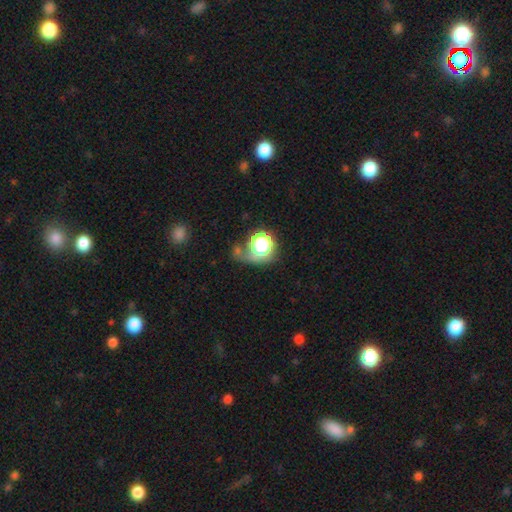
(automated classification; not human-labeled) smooth-or-featured: star or artifact: 50% | smooth: 36% | featured or disk: 14%